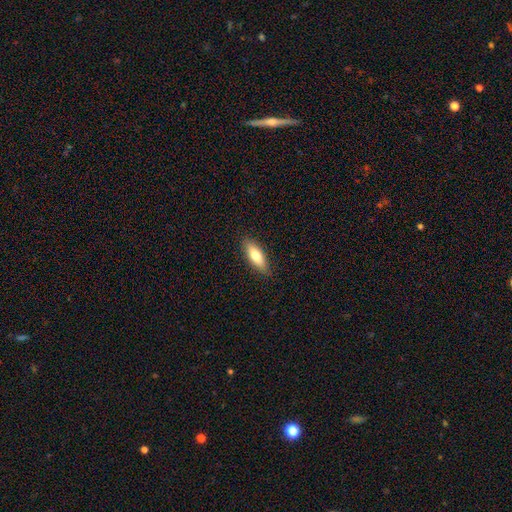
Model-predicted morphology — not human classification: This is likely a smooth galaxy (76%). How rounded: likely in between (64%). Merging: clearly none (88%).